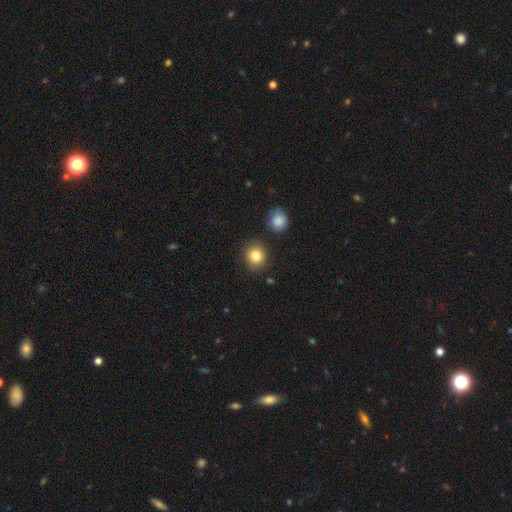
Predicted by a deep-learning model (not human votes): Smooth or featured? smooth (84%)
How rounded? round (86%)
Merging? none (86%)